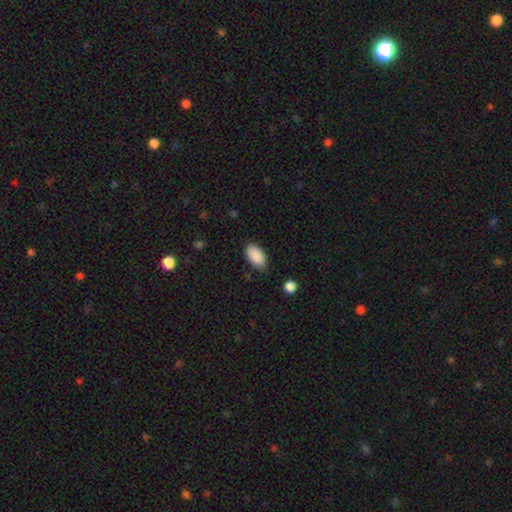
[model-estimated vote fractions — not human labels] smooth 90%, star or artifact 7%, featured or disk 3%. Down the decision tree: how rounded — in between (95%); merging — none (81%).